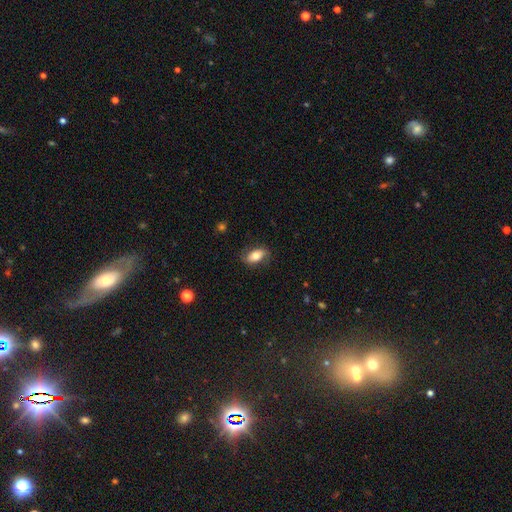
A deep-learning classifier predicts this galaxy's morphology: type=smooth (71%); roundness=in between (87%); merging=none (78%).